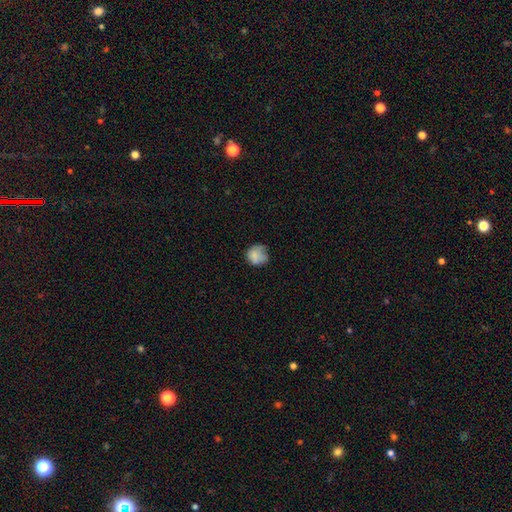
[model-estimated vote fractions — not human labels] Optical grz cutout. It shows a smooth galaxy with no disk features (77%) that is round (82%). Merging: none (54%).